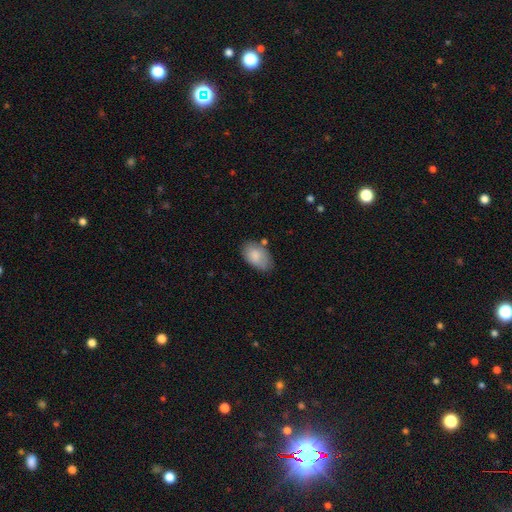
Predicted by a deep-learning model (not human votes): smooth 83%, featured or disk 11%, star or artifact 6%. Down the decision tree: how rounded — in between (93%); merging — none (66%).